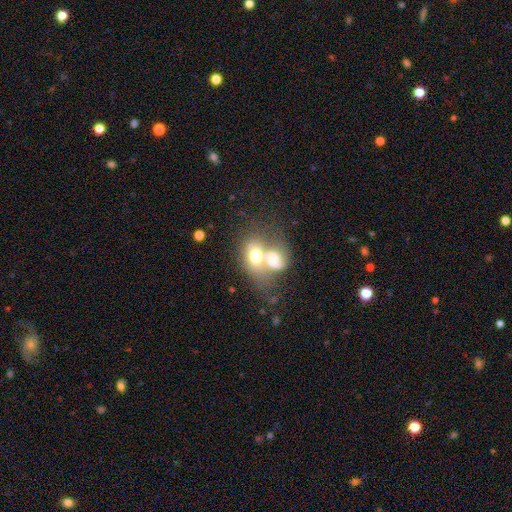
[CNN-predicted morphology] The model was most divided on "smooth or featured": smooth: 58%, featured or disk: 34%, star or artifact: 9%. More confident: merging — merger (75%); how rounded — in between (62%).